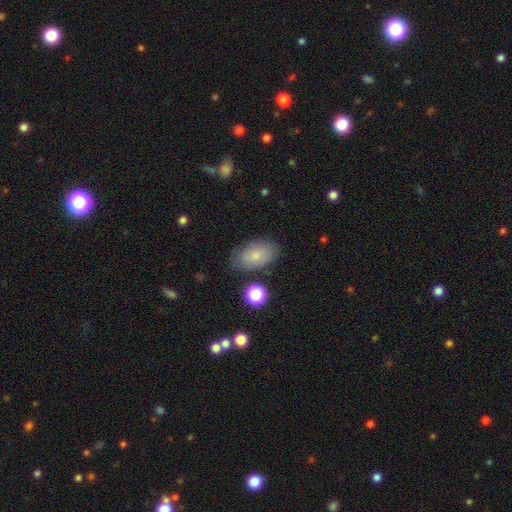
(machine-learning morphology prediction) type=smooth (78%); roundness=in between (92%); merging=none (77%).